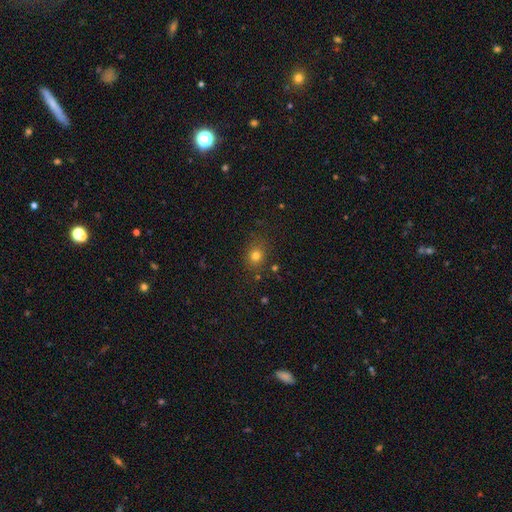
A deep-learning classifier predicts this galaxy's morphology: A smooth galaxy with no disk features (77%) that is round (67%). Merging: none (82%).